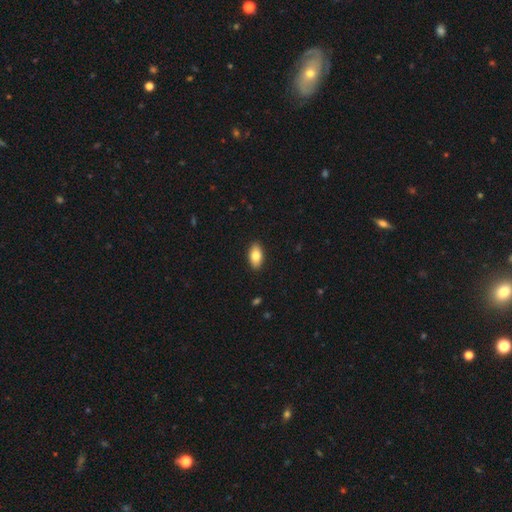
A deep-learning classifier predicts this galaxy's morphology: Smooth or featured? Predicted: smooth (p=0.81). How rounded? Predicted: in between (p=0.92). Merging? Predicted: none (p=0.90).